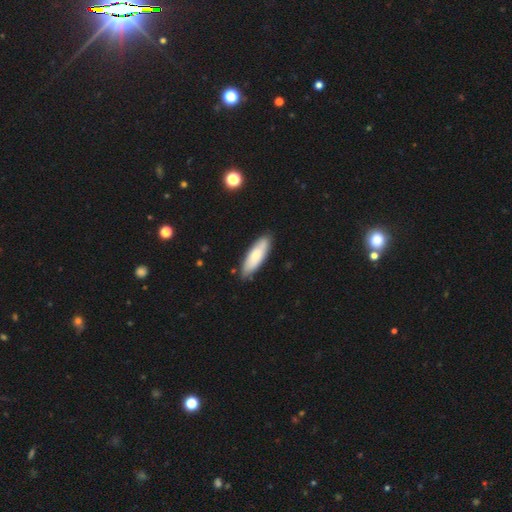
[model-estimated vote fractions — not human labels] A smooth galaxy with no disk features (72%) that is in between round and cigar-shaped (50%).

Vote fractions:
- Smooth or featured? smooth: 72% / featured or disk: 23% / star or artifact: 5%
- How rounded? in between: 50% / cigar-shaped: 48% / round: 2%
- Merging? none: 84% / minor disturbance: 13% / major disturbance: 2% / merger: 2%